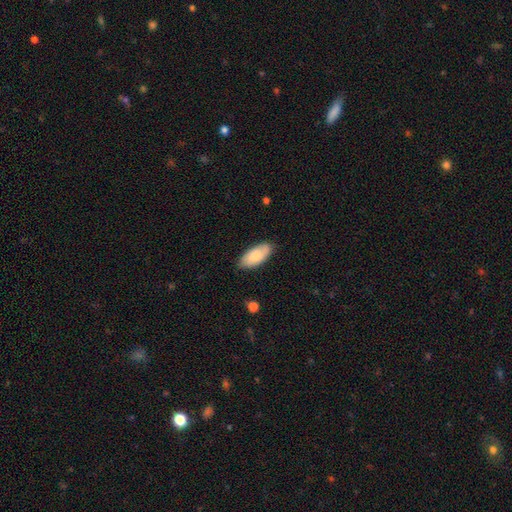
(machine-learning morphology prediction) Smooth or featured?
  - smooth: 76% *
  - featured or disk: 18%
  - star or artifact: 6%
How rounded?
  - in between: 91% *
  - cigar-shaped: 8%
  - round: 2%
Merging?
  - none: 81% *
  - minor disturbance: 15%
  - major disturbance: 3%
  - merger: 1%